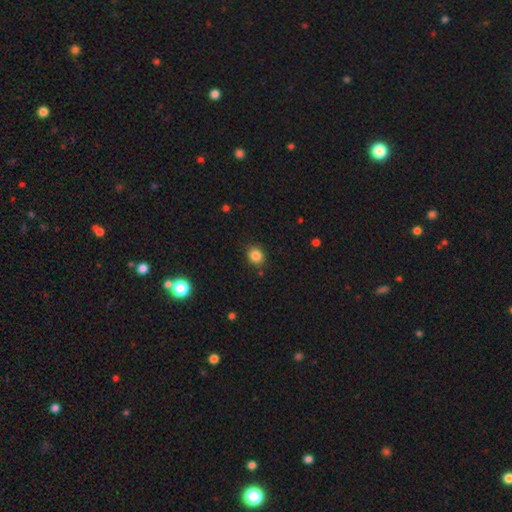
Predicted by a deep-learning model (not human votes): smooth 84%, star or artifact 11%, featured or disk 5%. Down the decision tree: how rounded — round (76%); merging — none (85%).